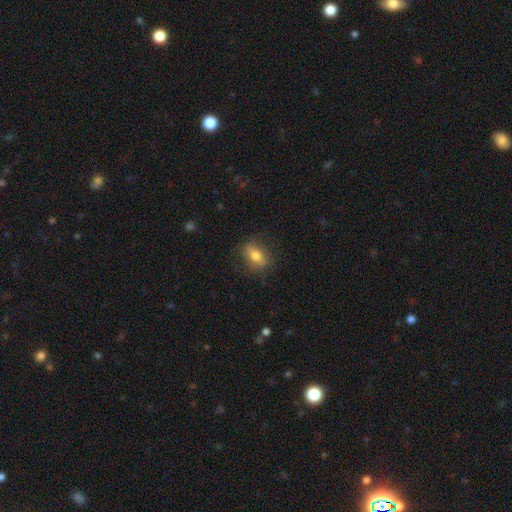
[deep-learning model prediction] A smooth galaxy with no disk features (66%) that is in between round and cigar-shaped (75%). Merging: none (78%).